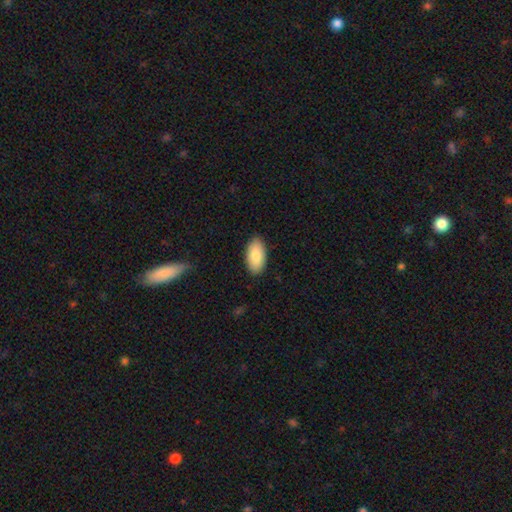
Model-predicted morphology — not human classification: The model was most divided on "smooth or featured": smooth: 86%, featured or disk: 8%, star or artifact: 6%. More confident: how rounded — in between (95%); merging — none (88%).